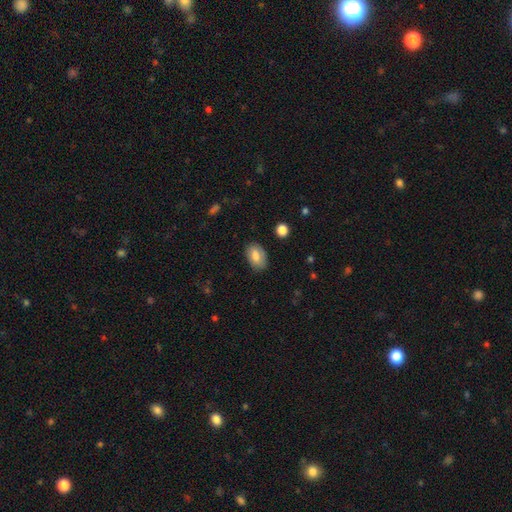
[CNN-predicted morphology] A smooth galaxy with no disk features (78%) that is in between round and cigar-shaped (90%). Merging: none (81%).